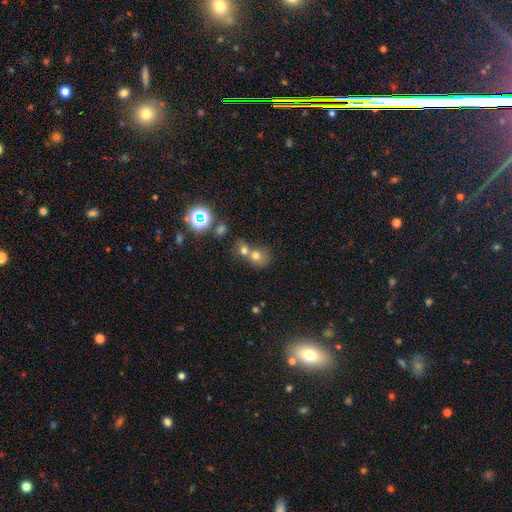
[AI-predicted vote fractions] This is likely a smooth galaxy (67%). How rounded: likely round (74%). Merging: possibly merger (56%).